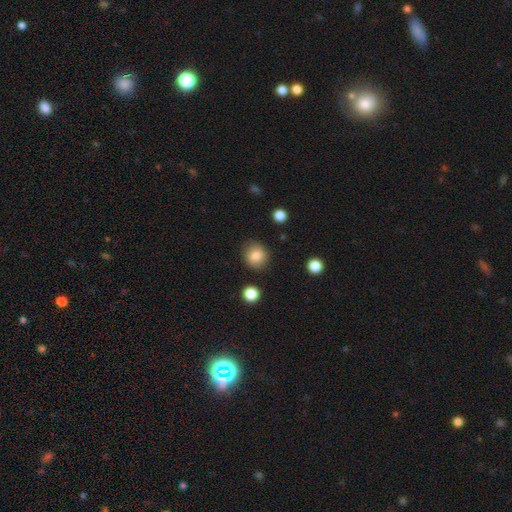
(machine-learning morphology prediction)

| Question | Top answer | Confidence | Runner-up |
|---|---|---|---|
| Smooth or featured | smooth | 84% | star or artifact (9%) |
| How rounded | round | 82% | in between (17%) |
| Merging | none | 85% | minor disturbance (10%) |